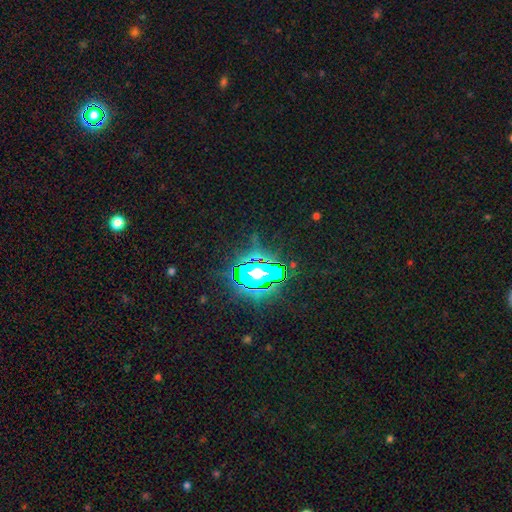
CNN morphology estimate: Smooth or featured? star or artifact (82%)